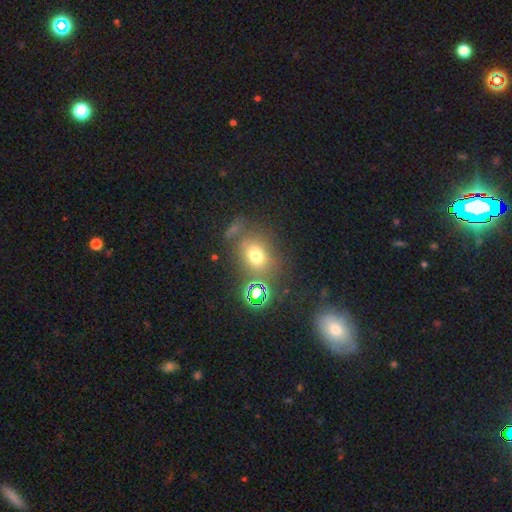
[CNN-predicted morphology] Smooth or featured: smooth — 64% (star or artifact — 23%)
How rounded: round — 58% (in between — 40%)
Merging: none — 65% (minor disturbance — 15%)